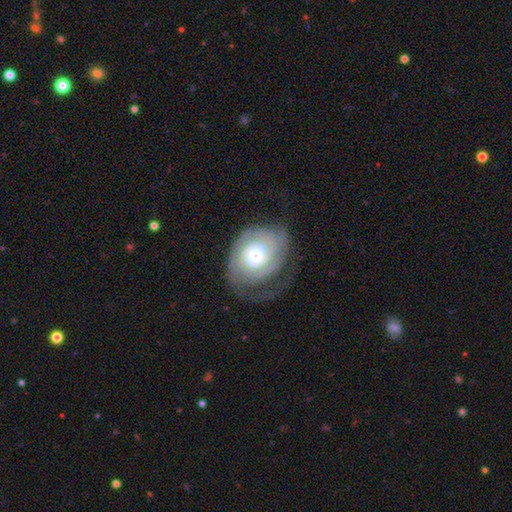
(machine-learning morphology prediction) Smooth or featured?
  - featured or disk: 86% *
  - smooth: 9%
  - star or artifact: 5%
Edge-on disk?
  - no: 97% *
  - yes: 3%
Bar?
  - no: 72% *
  - weak: 23%
  - strong: 6%
Spiral arms?
  - yes: 95% *
  - no: 5%
Spiral winding?
  - tight: 75% *
  - medium: 19%
  - loose: 5%
Spiral arm count?
  - 2: 32% * (tied)
  - can't tell: 32% * (tied)
  - 3: 17%
  - 4: 7%
  - 1: 6%
  - more than 4: 5%
Bulge size?
  - small: 48% *
  - moderate: 47%
  - large: 3%
  - dominant: 1%
  - none: 1%
Merging?
  - none: 62% *
  - minor disturbance: 20%
  - major disturbance: 16%
  - merger: 1%